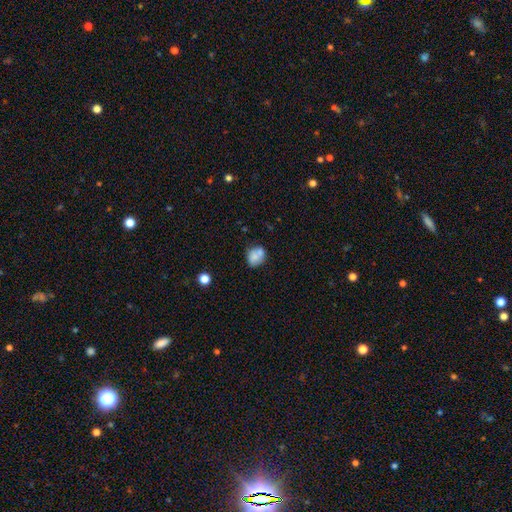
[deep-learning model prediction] Morphology: type=smooth (75%); roundness=round (55%); merging=none (52%).